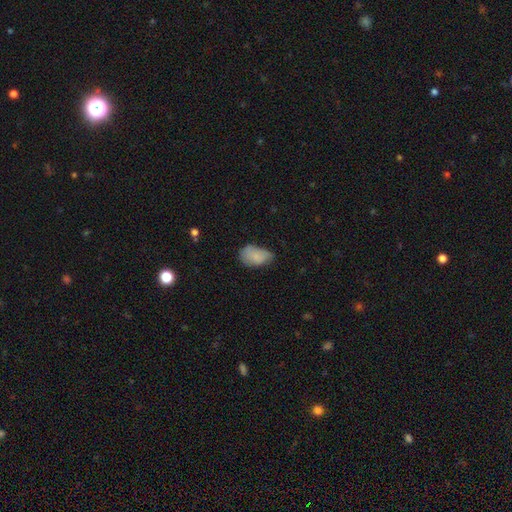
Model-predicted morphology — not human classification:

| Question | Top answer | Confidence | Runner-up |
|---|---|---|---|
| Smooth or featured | smooth | 81% | featured or disk (12%) |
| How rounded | in between | 90% | round (8%) |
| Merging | minor disturbance | 47% | none (37%) |